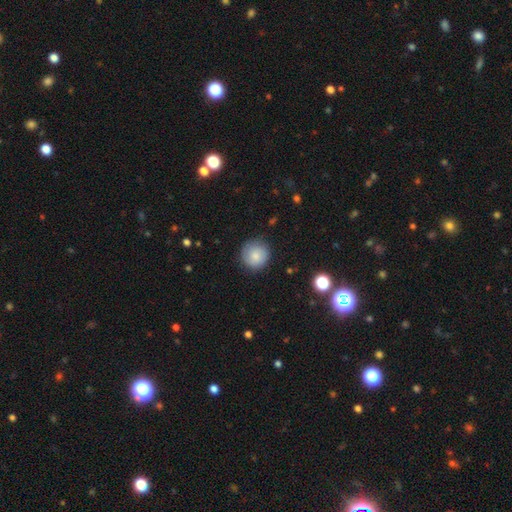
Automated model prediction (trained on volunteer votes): A smooth galaxy with no disk features (81%) that is round (93%). Merging: none (82%).